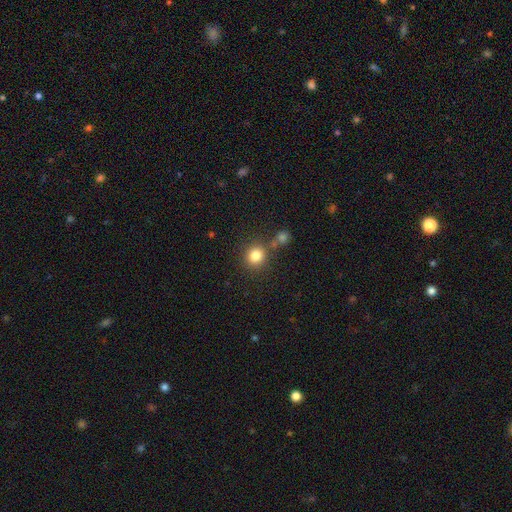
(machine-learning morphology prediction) type=smooth (82%); roundness=round (86%); merging=none (74%).